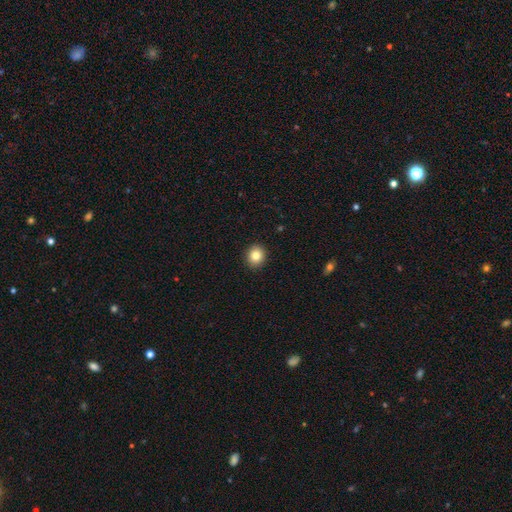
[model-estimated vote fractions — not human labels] smooth 83%, star or artifact 10%, featured or disk 7%. Down the decision tree: how rounded — round (79%); merging — none (92%).